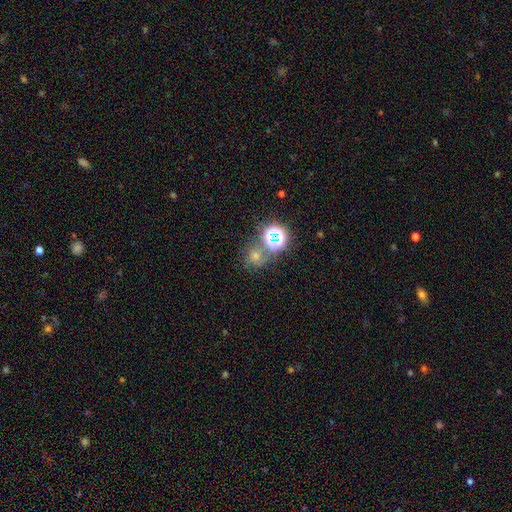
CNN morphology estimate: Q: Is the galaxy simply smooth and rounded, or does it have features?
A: star or artifact — 48%.